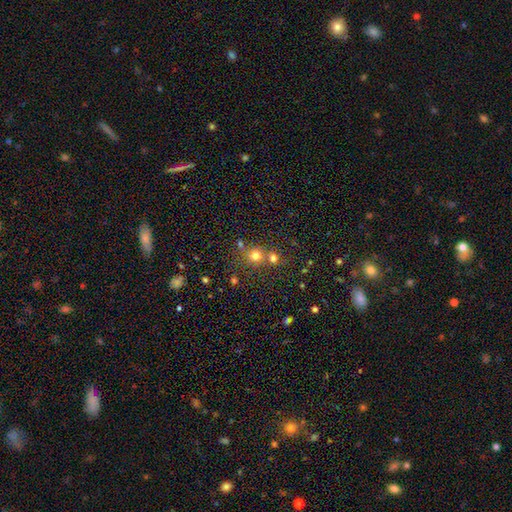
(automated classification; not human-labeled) Overall: smooth (72%). How rounded: round (87%). Merging: none (56%; merger 33%).